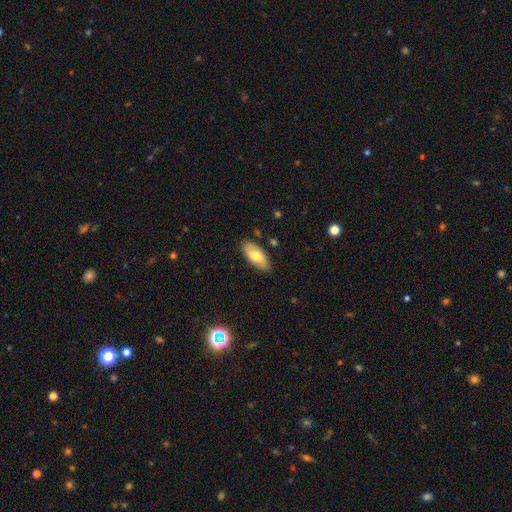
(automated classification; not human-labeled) A smooth galaxy with no disk features (72%) that is in between round and cigar-shaped (88%).

Vote fractions:
- Smooth or featured? smooth: 72% / featured or disk: 22% / star or artifact: 6%
- How rounded? in between: 88% / cigar-shaped: 10% / round: 2%
- Merging? none: 86% / minor disturbance: 11% / major disturbance: 2% / merger: 2%